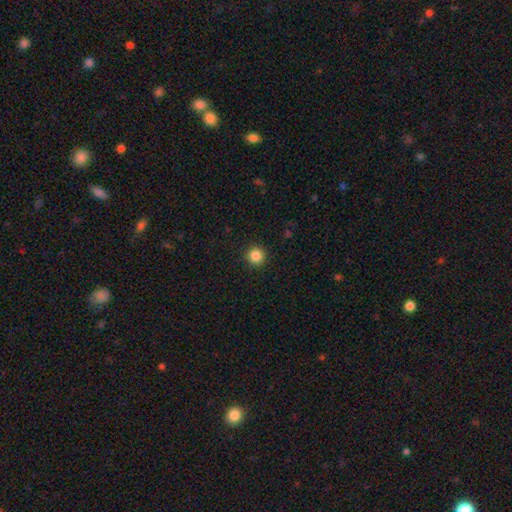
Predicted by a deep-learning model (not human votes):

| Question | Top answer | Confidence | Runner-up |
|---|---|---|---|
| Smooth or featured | smooth | 86% | star or artifact (11%) |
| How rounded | round | 96% | in between (3%) |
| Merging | none | 93% | minor disturbance (5%) |